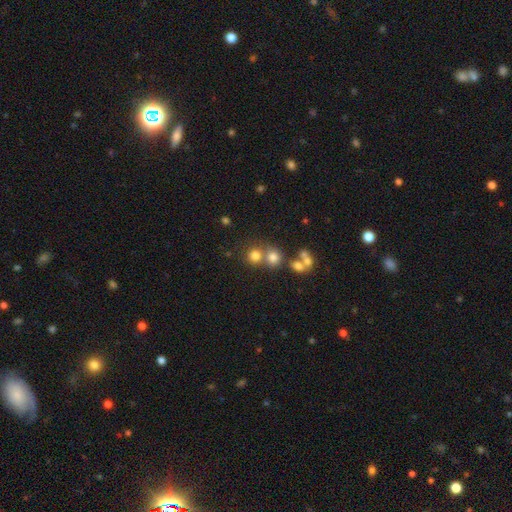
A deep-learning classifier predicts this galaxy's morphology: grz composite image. It shows a smooth galaxy with no disk features (74%) that is round (88%). Merging: none (53%).